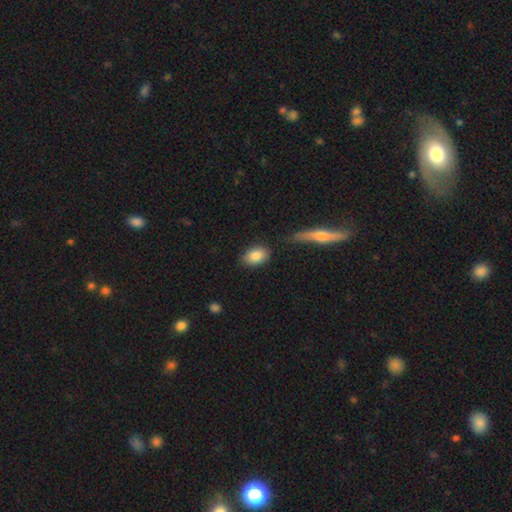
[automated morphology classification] type=smooth (85%); roundness=in between (81%); merging=none (82%).